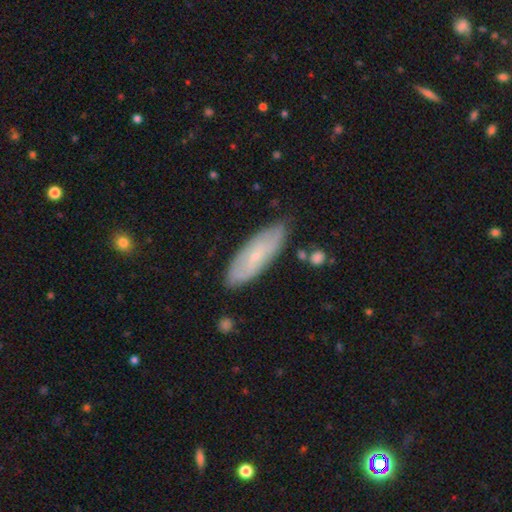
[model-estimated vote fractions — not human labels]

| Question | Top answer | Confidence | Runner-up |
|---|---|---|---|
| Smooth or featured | smooth | 48% | featured or disk (45%) |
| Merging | none | 80% | minor disturbance (15%) |